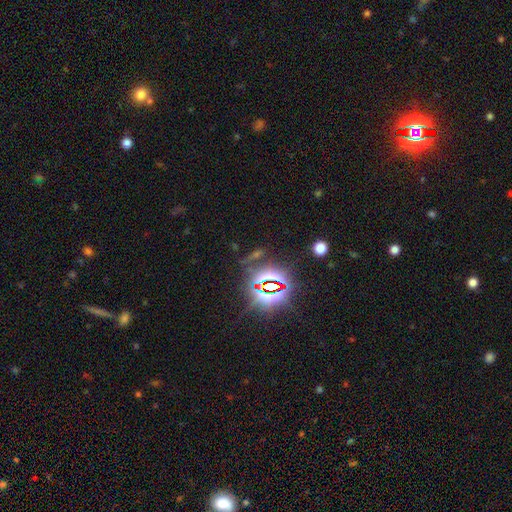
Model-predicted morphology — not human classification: Smooth or featured? star or artifact (79%)